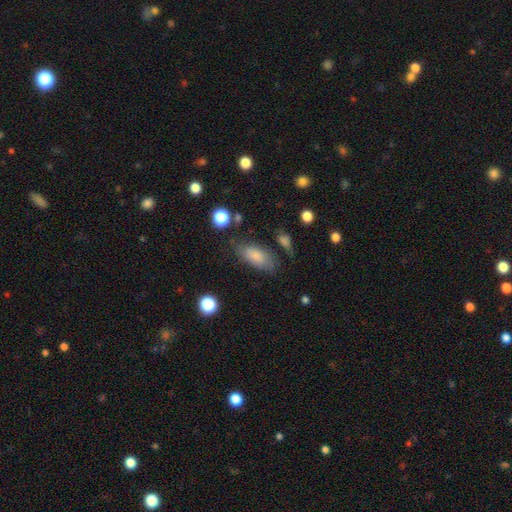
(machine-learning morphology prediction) Smooth or featured? smooth (76%)
How rounded? in between (88%)
Merging? none (66%)